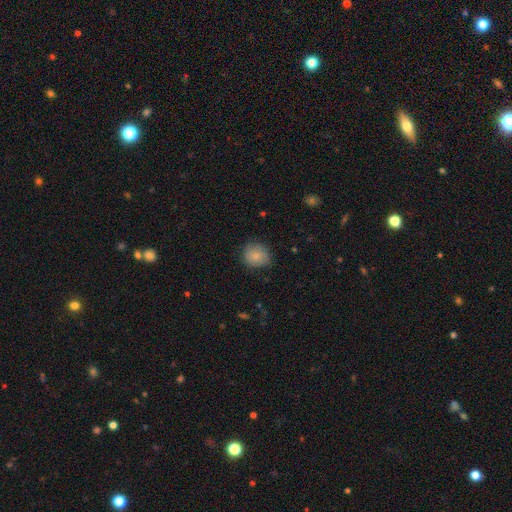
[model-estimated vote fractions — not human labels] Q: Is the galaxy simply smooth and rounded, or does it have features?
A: smooth — 80%.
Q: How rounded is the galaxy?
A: round — 78%.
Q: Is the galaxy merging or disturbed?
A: none — 74%.